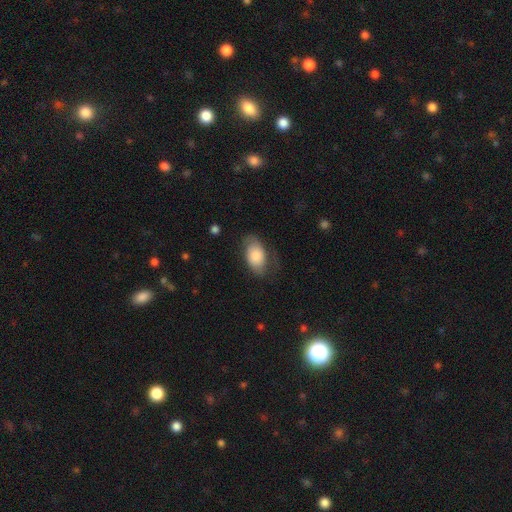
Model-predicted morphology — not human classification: A smooth galaxy with no disk features (72%) that is in between round and cigar-shaped (93%).

Vote fractions:
- Smooth or featured? smooth: 72% / featured or disk: 21% / star or artifact: 6%
- How rounded? in between: 93% / round: 6% / cigar-shaped: 2%
- Merging? none: 58% / minor disturbance: 26% / major disturbance: 14% / merger: 1%